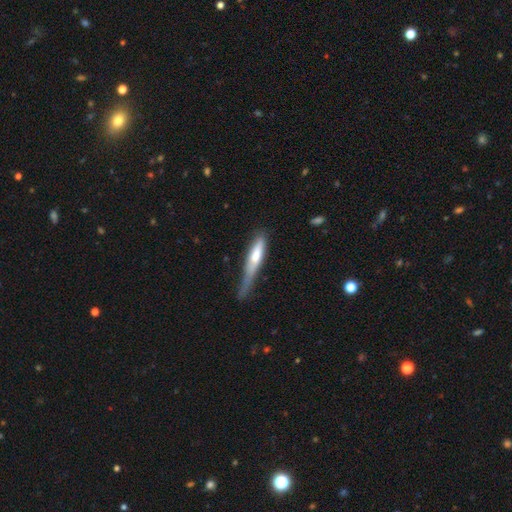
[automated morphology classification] smooth_or_featured: smooth (p=0.63) [alt: featured or disk p=0.31]
how_rounded: cigar-shaped (p=0.85) [alt: in between p=0.14]
merging: minor disturbance (p=0.37) [alt: none p=0.34]